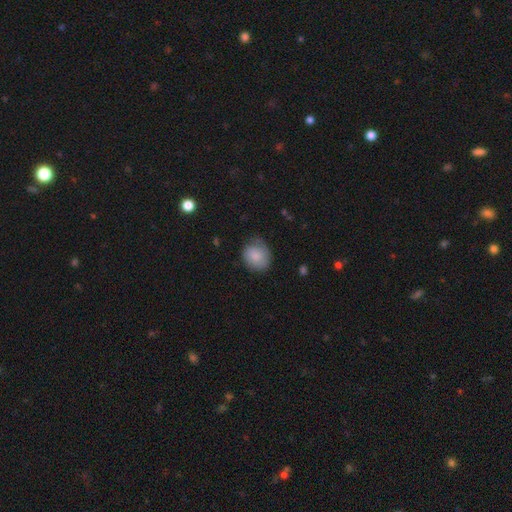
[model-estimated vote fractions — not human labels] Smooth or featured? smooth (83%)
How rounded? round (68%)
Merging? none (64%)